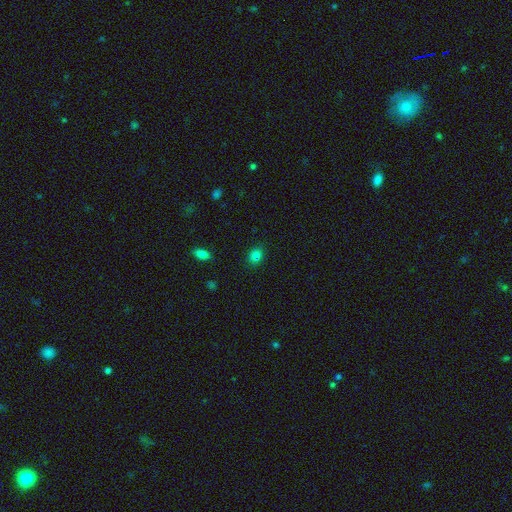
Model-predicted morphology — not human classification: smooth 80%, star or artifact 15%, featured or disk 6%. Down the decision tree: how rounded — in between (51%); merging — none (82%).